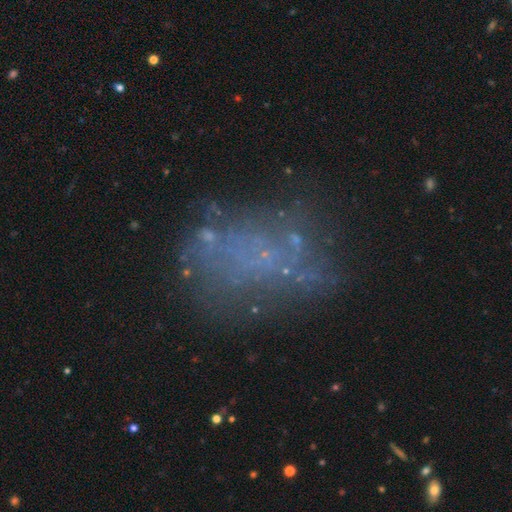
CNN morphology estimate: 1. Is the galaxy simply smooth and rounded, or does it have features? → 45% featured or disk, 29% smooth, 27% star or artifact.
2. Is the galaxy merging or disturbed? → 51% none, 23% major disturbance, 19% minor disturbance, 7% merger.